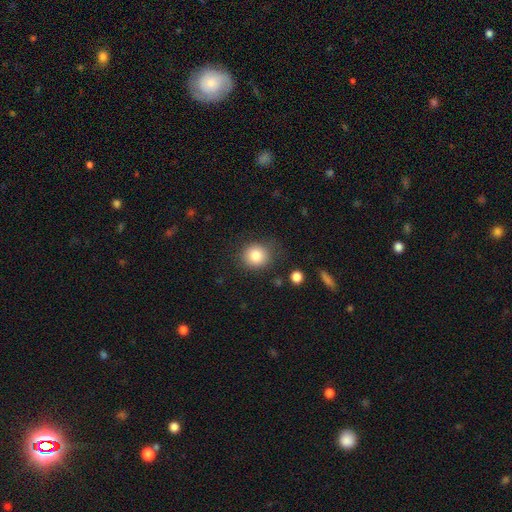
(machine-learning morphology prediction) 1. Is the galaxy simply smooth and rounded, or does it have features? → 84% smooth, 10% star or artifact, 7% featured or disk.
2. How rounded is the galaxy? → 84% round, 15% in between, 1% cigar-shaped.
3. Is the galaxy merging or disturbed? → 80% none, 13% minor disturbance, 4% major disturbance, 2% merger.